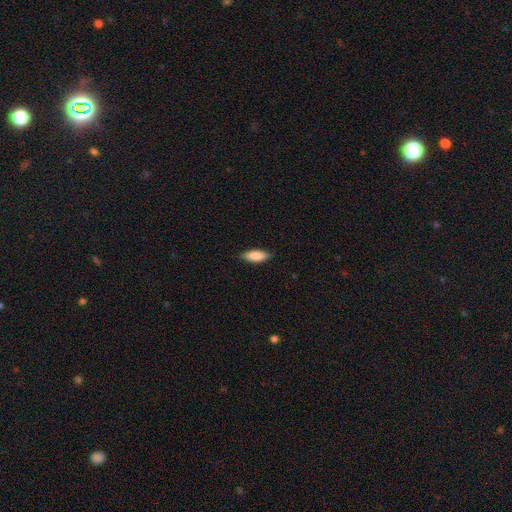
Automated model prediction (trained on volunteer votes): smooth_or_featured: smooth (p=0.85) [alt: featured or disk p=0.10]
how_rounded: in between (p=0.71) [alt: cigar-shaped p=0.27]
merging: none (p=0.86) [alt: minor disturbance p=0.11]